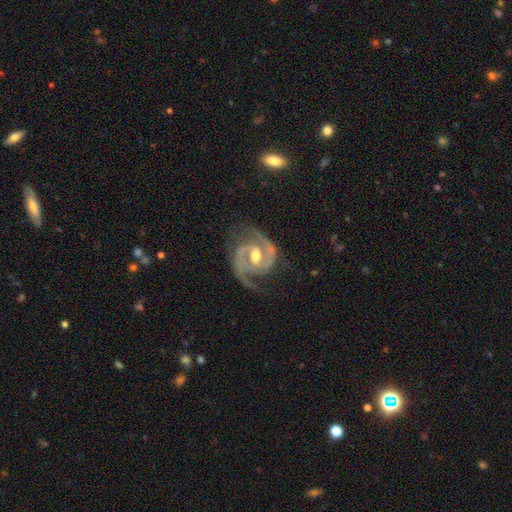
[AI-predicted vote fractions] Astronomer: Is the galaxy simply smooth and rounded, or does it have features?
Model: featured or disk — 93%.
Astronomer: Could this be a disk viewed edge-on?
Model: no — 98%.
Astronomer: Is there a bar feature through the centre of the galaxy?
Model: weak — 47% (runner-up: no, 31%).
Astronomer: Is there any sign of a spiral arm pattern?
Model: yes — 98%.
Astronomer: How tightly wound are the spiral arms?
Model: medium — 54% (runner-up: tight, 36%).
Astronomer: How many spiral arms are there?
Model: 2 — 85%.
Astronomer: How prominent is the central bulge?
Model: moderate — 75%.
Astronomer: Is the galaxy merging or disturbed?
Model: none — 73%.